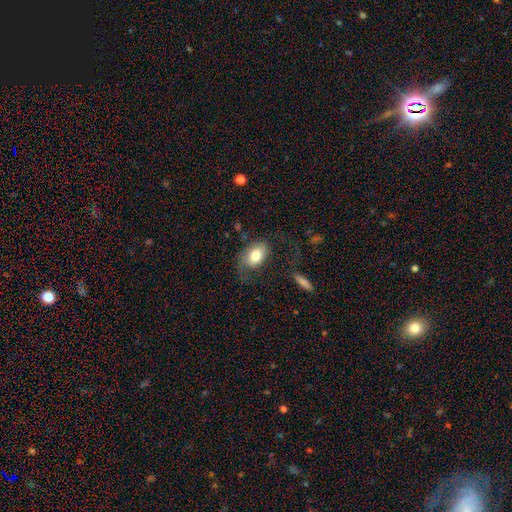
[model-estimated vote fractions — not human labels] This appears to be a smooth galaxy with no disk features (75%) that is in between round and cigar-shaped (83%). Merging: none (53%).